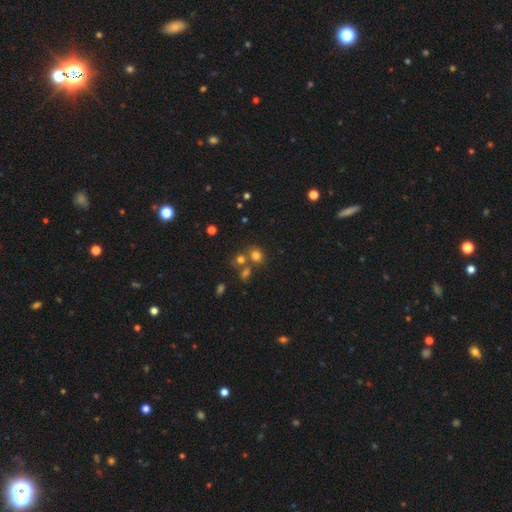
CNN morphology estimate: The model was most divided on "merging": none: 59%, merger: 27%, minor disturbance: 10%, major disturbance: 5%. More confident: smooth or featured — smooth (72%); how rounded — round (72%).